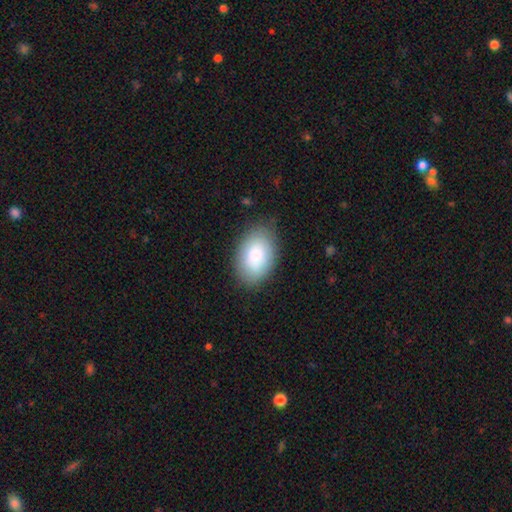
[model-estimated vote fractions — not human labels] A smooth galaxy with no disk features (83%) that is in between round and cigar-shaped (89%). Merging: none (80%).